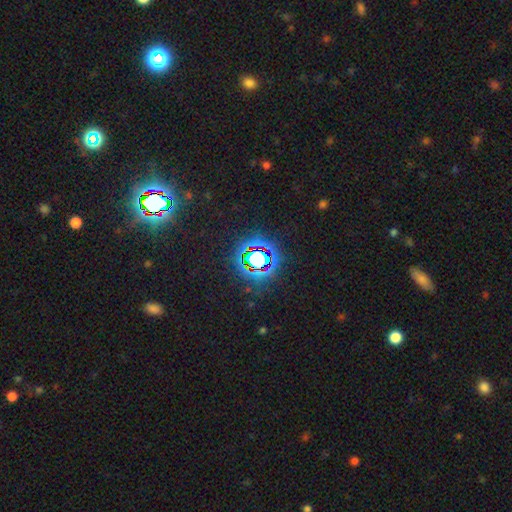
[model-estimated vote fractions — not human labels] A star or artifact, not a galaxy (75%).